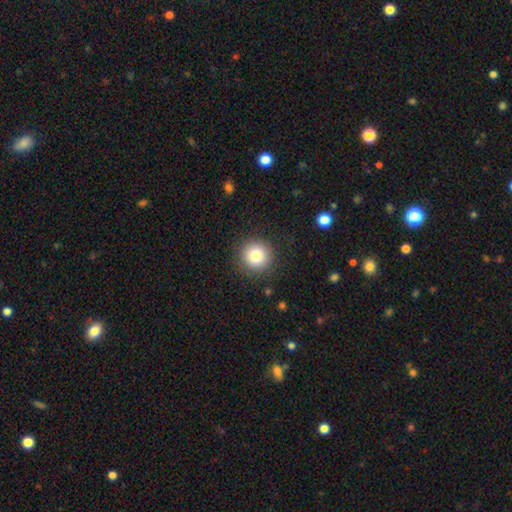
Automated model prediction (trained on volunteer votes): Smooth or featured? smooth (83%)
How rounded? round (94%)
Merging? none (89%)